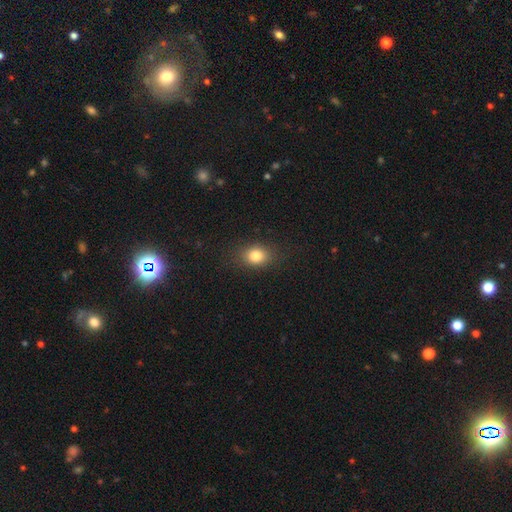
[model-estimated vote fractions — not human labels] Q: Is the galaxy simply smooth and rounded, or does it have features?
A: smooth — 81%.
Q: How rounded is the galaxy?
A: in between — 54%.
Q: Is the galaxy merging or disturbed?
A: none — 85%.